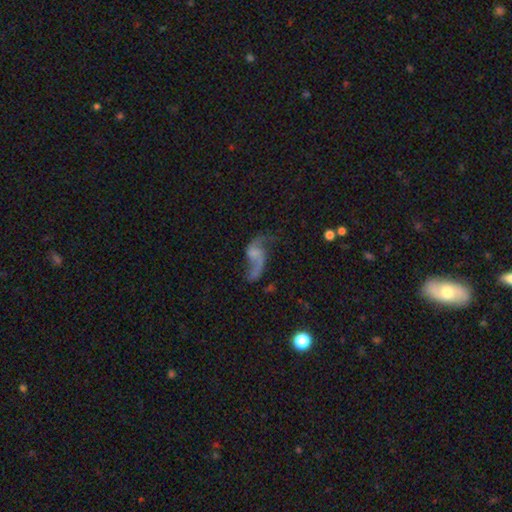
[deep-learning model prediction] A featured or disk galaxy (79%) with no bar (57%), 2 (88%) loose (89%) spiral arms (91%) and no central bulge (55%).

Vote fractions:
- Smooth or featured? featured or disk: 79% / smooth: 12% / star or artifact: 9%
- Edge-on disk? no: 97% / yes: 3%
- Bar? no: 57% / weak: 34% / strong: 9%
- Spiral arms? yes: 91% / no: 9%
- Spiral winding? loose: 89% / medium: 9% / tight: 2%
- Spiral arm count? 2: 88% / 1: 7% / can't tell: 2% / 3: 1% / 4: 1% / more than 4: 1%
- Bulge size? none: 55% / small: 28% / moderate: 12% / large: 4% / dominant: 2%
- Merging? none: 55% / major disturbance: 22% / minor disturbance: 18% / merger: 6%